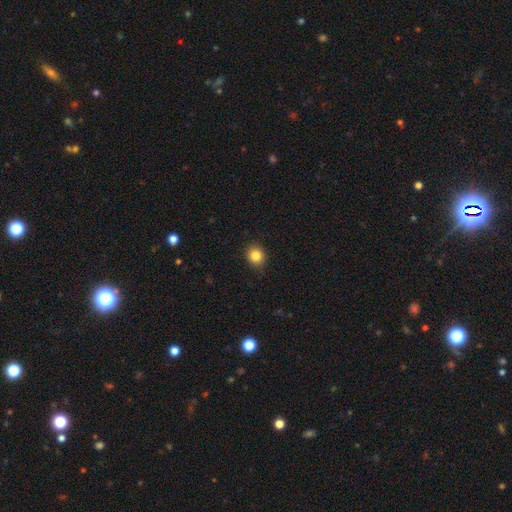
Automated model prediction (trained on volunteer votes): Smooth or featured?
  - smooth: 84% *
  - star or artifact: 11%
  - featured or disk: 5%
How rounded?
  - round: 74% *
  - in between: 26%
  - cigar-shaped: 1%
Merging?
  - none: 89% *
  - minor disturbance: 8%
  - major disturbance: 2%
  - merger: 1%